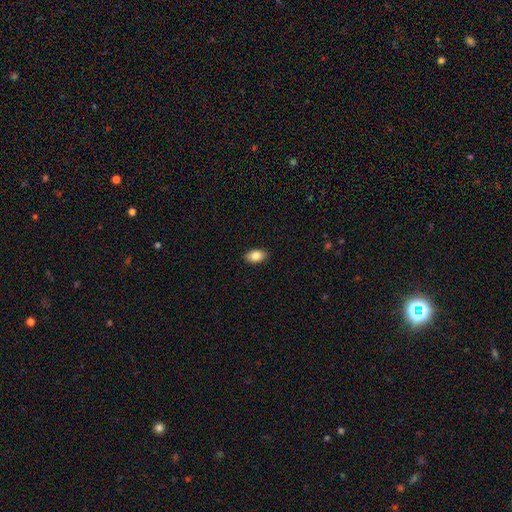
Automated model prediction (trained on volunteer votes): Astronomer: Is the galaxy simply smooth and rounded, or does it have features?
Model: smooth — 85%.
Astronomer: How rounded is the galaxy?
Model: in between — 91%.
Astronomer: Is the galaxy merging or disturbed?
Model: none — 89%.